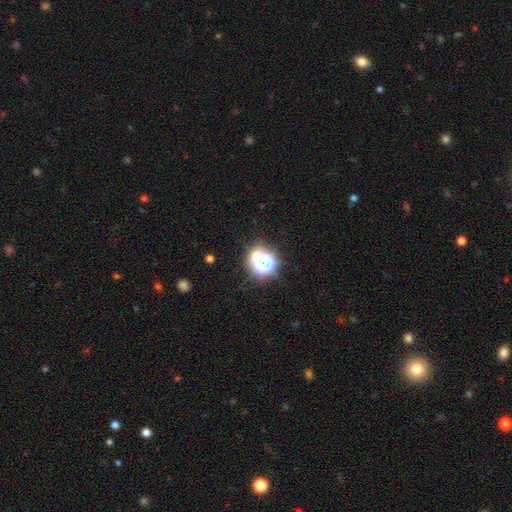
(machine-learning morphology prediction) smooth-or-featured: star or artifact: 52% | smooth: 36% | featured or disk: 12%